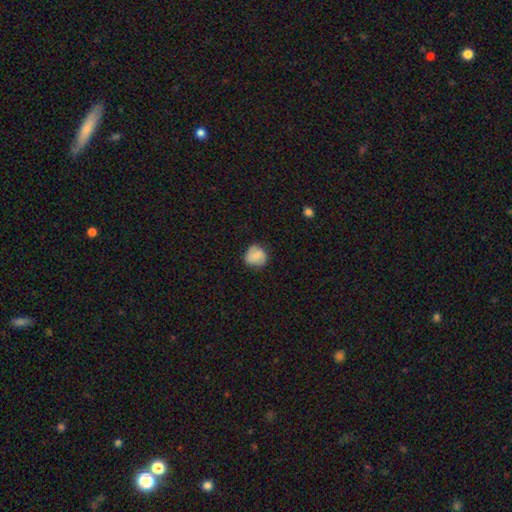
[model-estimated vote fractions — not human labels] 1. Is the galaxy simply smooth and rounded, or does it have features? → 72% smooth, 19% featured or disk, 9% star or artifact.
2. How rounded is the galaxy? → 82% round, 17% in between, 1% cigar-shaped.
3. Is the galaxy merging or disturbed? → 72% none, 21% minor disturbance, 5% major disturbance, 1% merger.